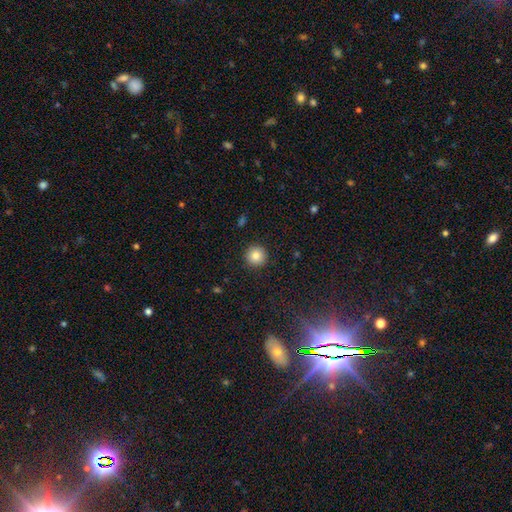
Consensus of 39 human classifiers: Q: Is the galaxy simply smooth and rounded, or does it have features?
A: smooth — 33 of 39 (85%).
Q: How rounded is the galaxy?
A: round — 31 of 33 (94%).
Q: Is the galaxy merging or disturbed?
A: none — 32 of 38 (84%).